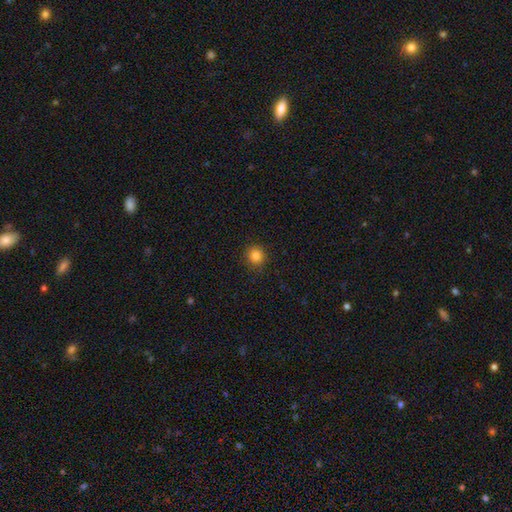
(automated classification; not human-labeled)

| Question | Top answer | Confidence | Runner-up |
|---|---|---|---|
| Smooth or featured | smooth | 84% | star or artifact (12%) |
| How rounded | round | 92% | in between (7%) |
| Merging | none | 90% | minor disturbance (7%) |